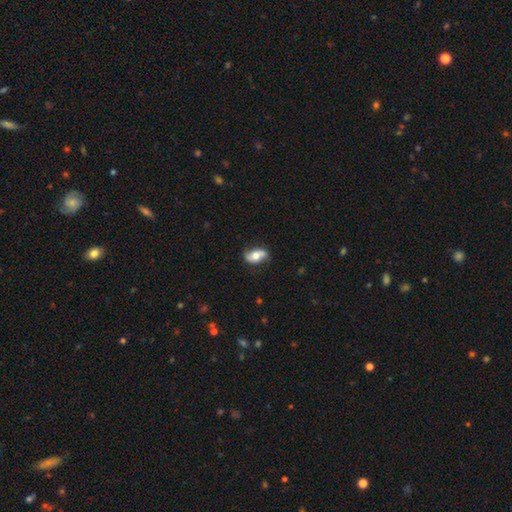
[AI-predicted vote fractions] Smooth or featured: featured or disk — 48% (smooth — 45%)
Merging: none — 72% (minor disturbance — 19%)